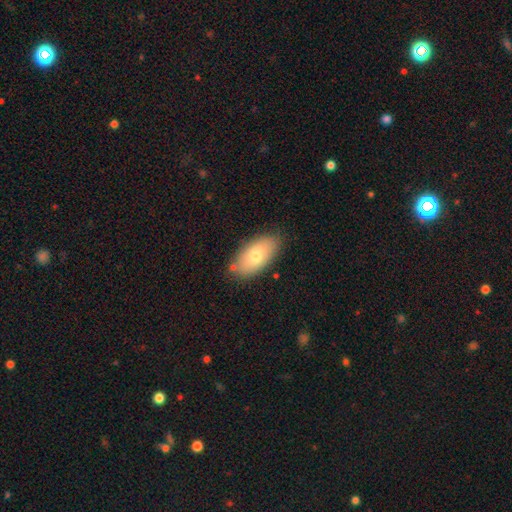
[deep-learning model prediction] Overall: smooth (71%). How rounded: in between (93%). Merging: none (80%).